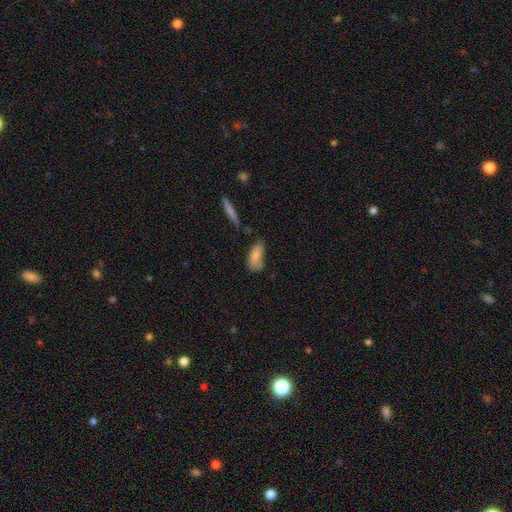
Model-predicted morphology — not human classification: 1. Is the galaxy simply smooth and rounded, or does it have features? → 80% smooth, 12% featured or disk, 7% star or artifact.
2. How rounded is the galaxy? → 80% in between, 17% cigar-shaped, 3% round.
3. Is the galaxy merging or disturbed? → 48% none, 34% minor disturbance, 11% major disturbance, 7% merger.